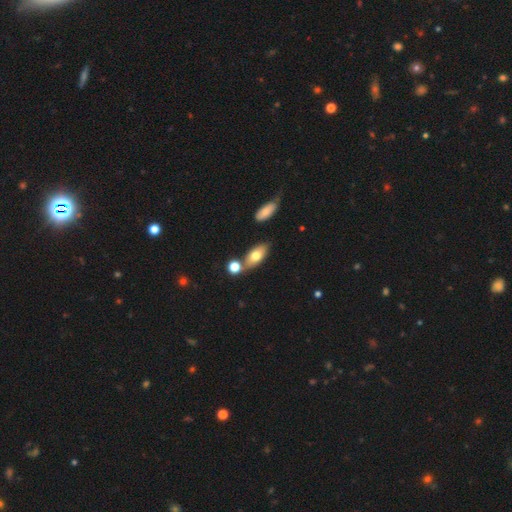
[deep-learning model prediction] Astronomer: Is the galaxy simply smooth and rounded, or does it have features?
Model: smooth — 70%.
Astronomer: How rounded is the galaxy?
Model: in between — 83%.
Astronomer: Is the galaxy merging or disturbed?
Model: none — 62%.